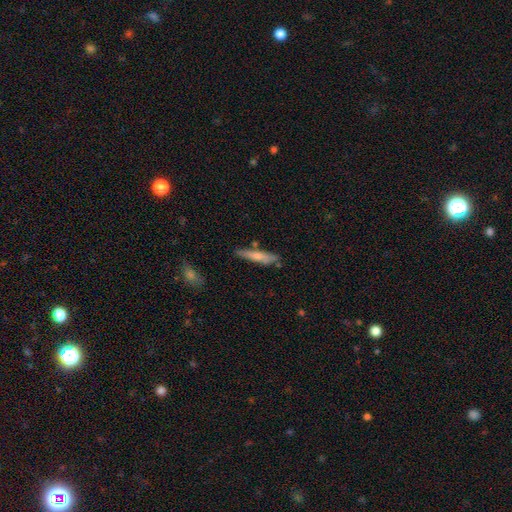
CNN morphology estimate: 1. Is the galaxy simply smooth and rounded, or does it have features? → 53% smooth, 40% featured or disk, 7% star or artifact.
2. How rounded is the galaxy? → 91% cigar-shaped, 7% in between, 2% round.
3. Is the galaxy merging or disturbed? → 80% none, 14% minor disturbance, 4% merger, 3% major disturbance.